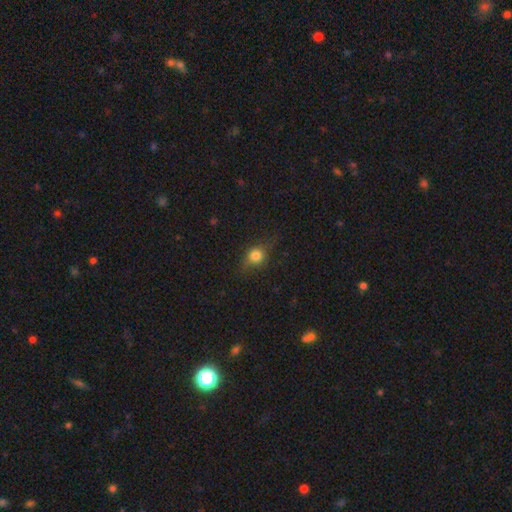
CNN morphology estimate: The model was most divided on "how rounded": round: 66%, in between: 31%, cigar-shaped: 3%. More confident: smooth or featured — smooth (73%); merging — none (70%).